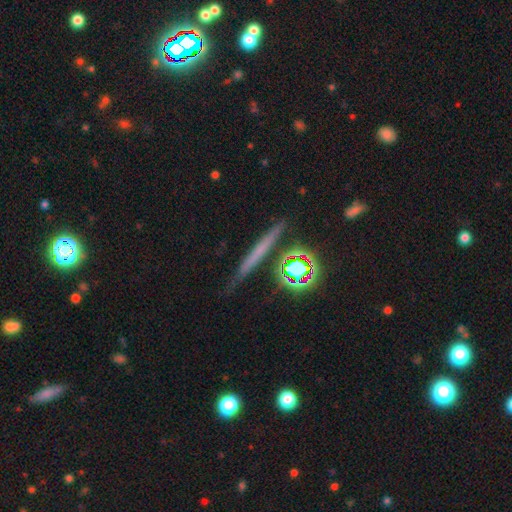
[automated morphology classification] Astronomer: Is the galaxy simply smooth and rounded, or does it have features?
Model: smooth — 40% (runner-up: featured or disk, 38%).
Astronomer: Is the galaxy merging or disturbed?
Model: none — 82%.